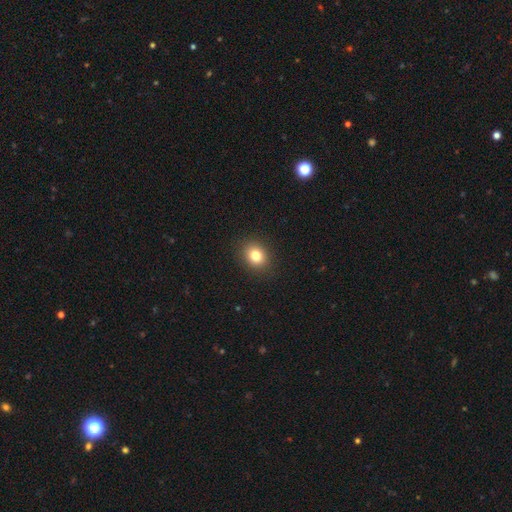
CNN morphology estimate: Overall: smooth (81%). How rounded: round (56%; in between 43%). Merging: none (90%).